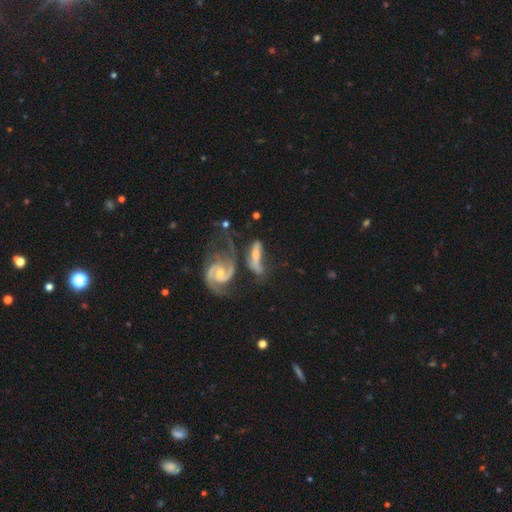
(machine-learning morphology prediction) Q: Smooth or featured?
A: featured or disk (68%); runner-up: smooth (24%)
Q: Edge-on disk?
A: no (85%); runner-up: yes (15%)
Q: Bar?
A: no (46%); runner-up: weak (35%)
Q: Spiral arms?
A: yes (83%); runner-up: no (17%)
Q: Bulge size?
A: moderate (45%); runner-up: small (43%)
Q: Merging?
A: merger (34%); runner-up: none (24%)